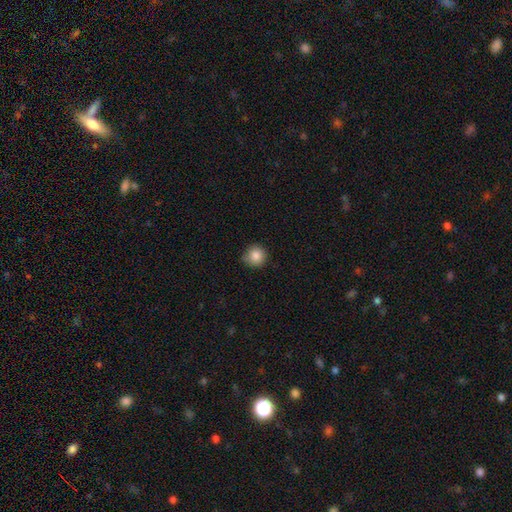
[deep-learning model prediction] smooth_or_featured: smooth (p=0.86) [alt: star or artifact p=0.09]
how_rounded: round (p=0.93) [alt: in between p=0.06]
merging: none (p=0.78) [alt: minor disturbance p=0.18]